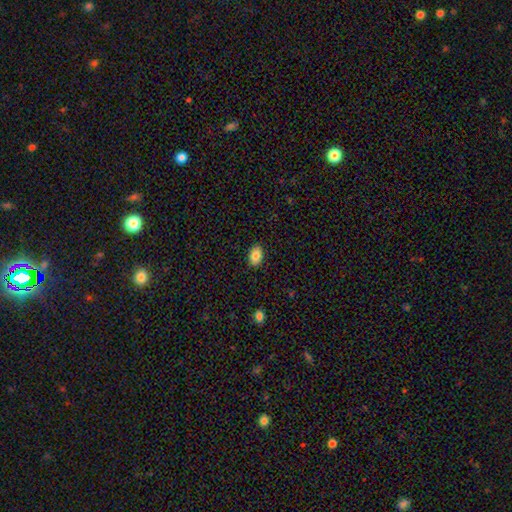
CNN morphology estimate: Smooth or featured? smooth (85%)
How rounded? in between (89%)
Merging? none (89%)